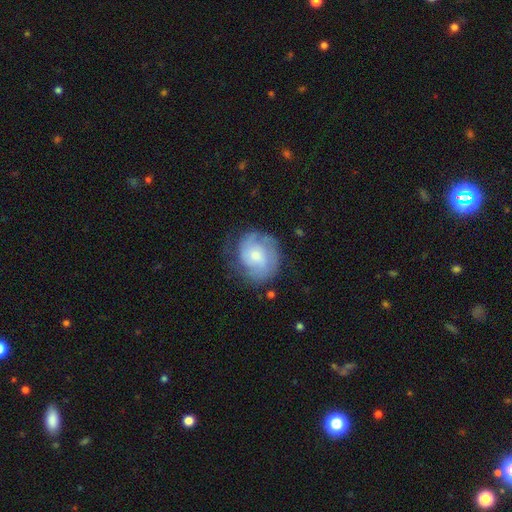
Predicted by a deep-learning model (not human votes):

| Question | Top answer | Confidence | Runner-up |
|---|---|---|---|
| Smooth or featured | featured or disk | 67% | smooth (27%) |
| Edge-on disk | no | 98% | yes (2%) |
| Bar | no | 68% | weak (28%) |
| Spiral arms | yes | 89% | no (11%) |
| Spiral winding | tight | 51% | medium (36%) |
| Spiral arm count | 2 | 36% | can't tell (32%) |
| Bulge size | small | 48% | moderate (44%) |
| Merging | none | 65% | minor disturbance (22%) |